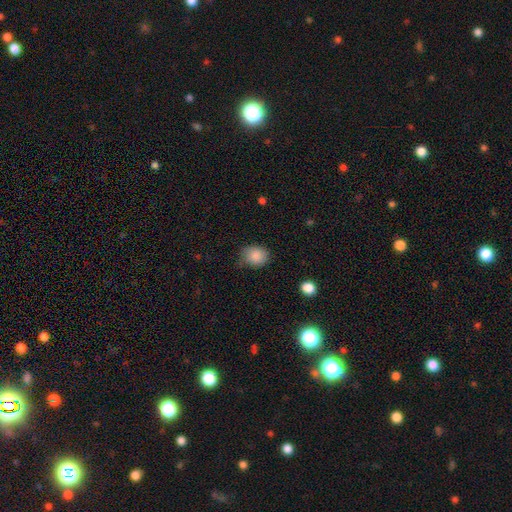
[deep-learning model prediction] Smooth or featured: smooth — 86% (star or artifact — 9%)
How rounded: round — 66% (in between — 33%)
Merging: none — 68% (minor disturbance — 26%)